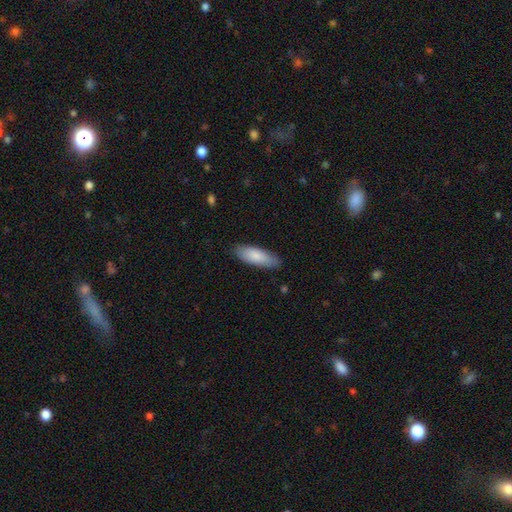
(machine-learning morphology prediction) smooth_or_featured: smooth (p=0.84) [alt: featured or disk p=0.11]
how_rounded: in between (p=0.64) [alt: cigar-shaped p=0.34]
merging: none (p=0.85) [alt: minor disturbance p=0.12]